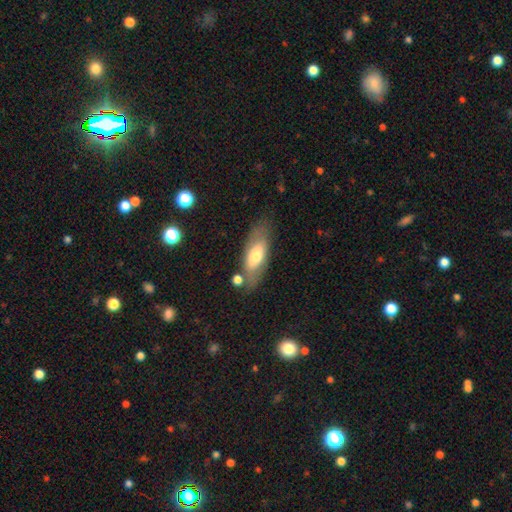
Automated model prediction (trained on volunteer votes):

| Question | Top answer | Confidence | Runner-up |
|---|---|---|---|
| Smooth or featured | smooth | 62% | featured or disk (31%) |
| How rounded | in between | 71% | cigar-shaped (26%) |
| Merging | none | 70% | minor disturbance (16%) |